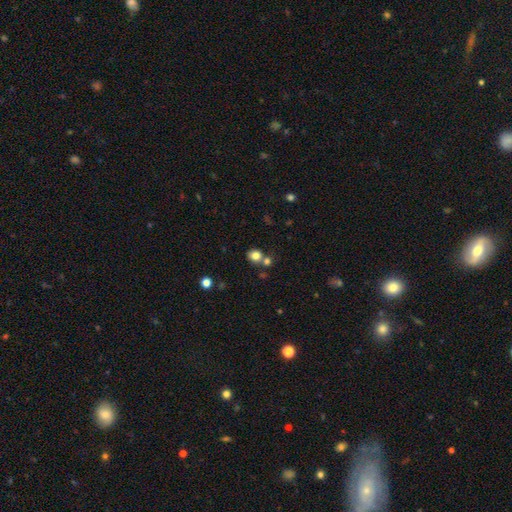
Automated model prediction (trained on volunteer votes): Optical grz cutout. It shows a smooth galaxy with no disk features (80%) that is round (70%). Merging: none (61%).